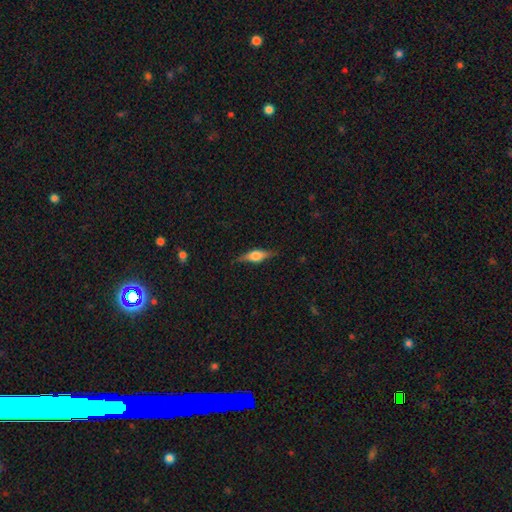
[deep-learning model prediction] Smooth or featured: featured or disk — 57% (smooth — 37%)
Edge-on disk: yes — 94% (no — 6%)
Edge-on bulge: rounded — 88% (boxy — 10%)
Merging: none — 82% (minor disturbance — 14%)